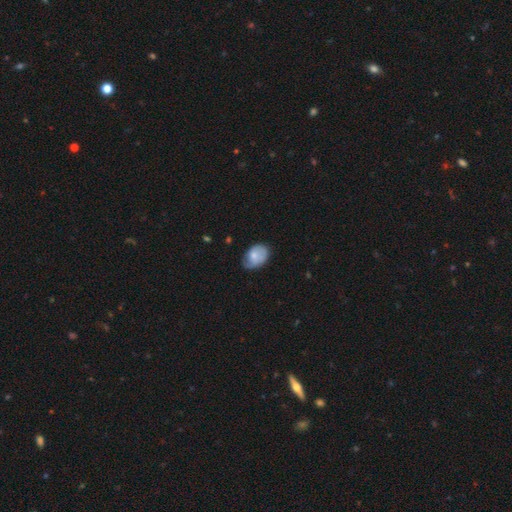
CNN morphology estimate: Smooth or featured: smooth — 64% (featured or disk — 29%)
How rounded: in between — 79% (round — 20%)
Merging: none — 51% (minor disturbance — 37%)